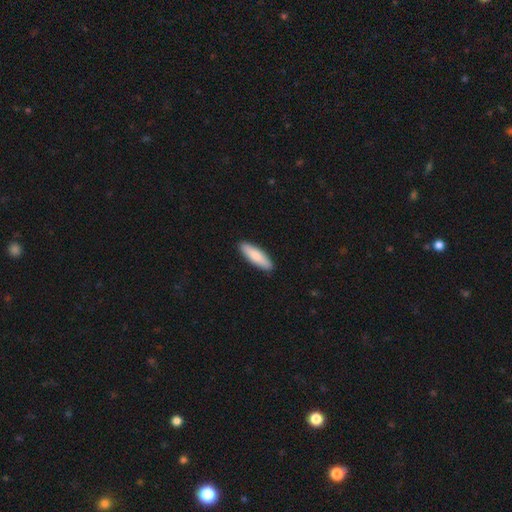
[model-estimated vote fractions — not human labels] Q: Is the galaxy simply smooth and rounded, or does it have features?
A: smooth — 84%.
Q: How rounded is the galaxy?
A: cigar-shaped — 62%.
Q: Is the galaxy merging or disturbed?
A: none — 91%.